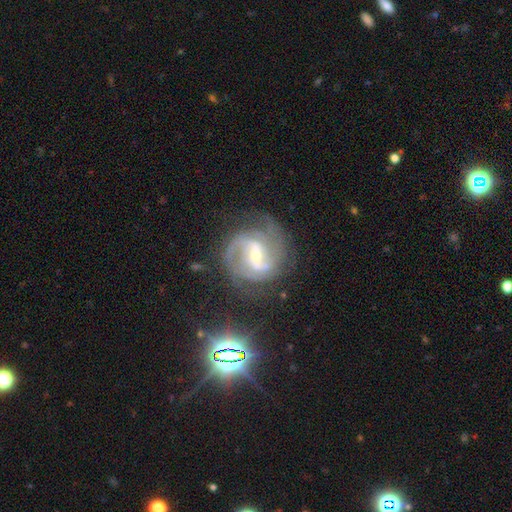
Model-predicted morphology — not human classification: Smooth or featured? Predicted: featured or disk (p=0.89). Edge-on disk? Predicted: no (p=0.98). Bar? Predicted: weak (p=0.47). Spiral arms? Predicted: yes (p=0.97). Spiral winding? Predicted: medium (p=0.50). Spiral arm count? Predicted: 2 (p=0.61). Bulge size? Predicted: small (p=0.62). Merging? Predicted: none (p=0.66).